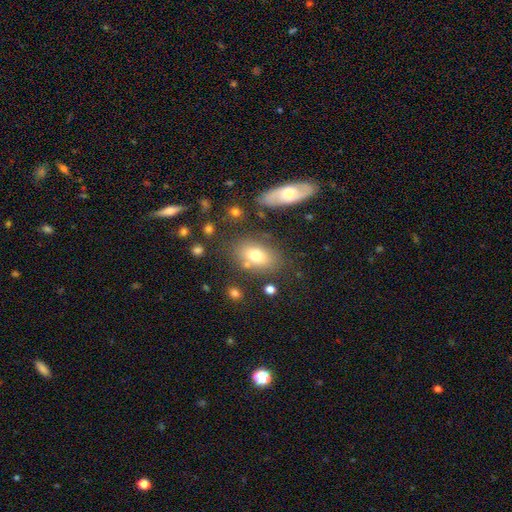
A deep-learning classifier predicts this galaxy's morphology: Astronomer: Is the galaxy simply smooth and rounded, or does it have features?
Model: smooth — 74%.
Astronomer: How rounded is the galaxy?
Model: in between — 82%.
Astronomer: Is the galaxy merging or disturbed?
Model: none — 72%.